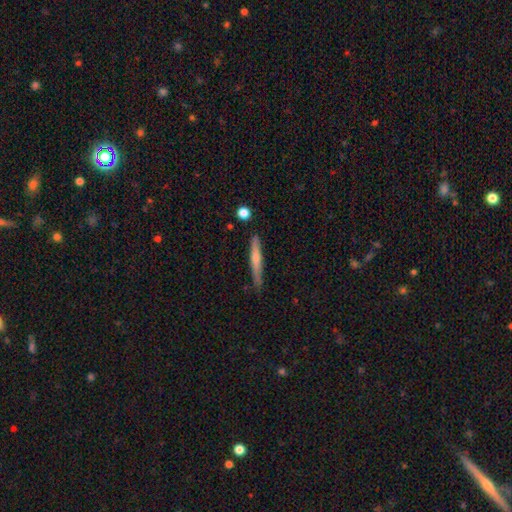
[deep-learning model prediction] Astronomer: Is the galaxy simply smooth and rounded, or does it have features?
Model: smooth — 52% (runner-up: featured or disk, 42%).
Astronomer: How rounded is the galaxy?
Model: cigar-shaped — 94%.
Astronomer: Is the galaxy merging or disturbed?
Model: none — 84%.